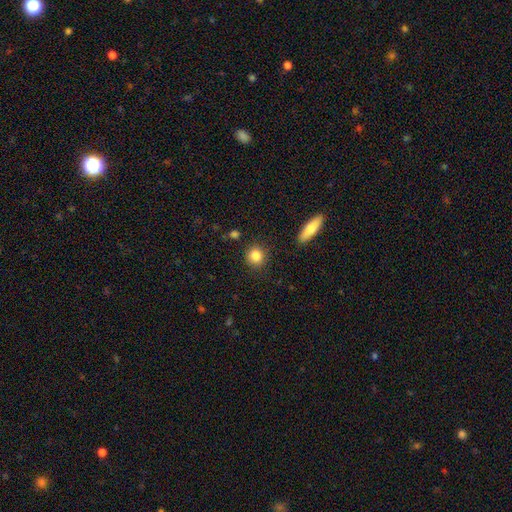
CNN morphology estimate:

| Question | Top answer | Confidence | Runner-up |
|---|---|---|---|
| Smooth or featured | smooth | 85% | star or artifact (9%) |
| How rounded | round | 86% | in between (12%) |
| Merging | none | 88% | minor disturbance (8%) |